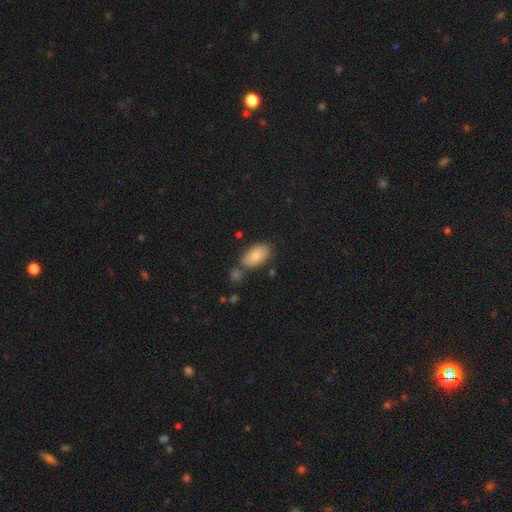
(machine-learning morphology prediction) smooth-or-featured: smooth: 77% | featured or disk: 16% | star or artifact: 7%
  how-rounded: in between: 94% | round: 5% | cigar-shaped: 2%
  merging: none: 68% | minor disturbance: 18% | merger: 10% | major disturbance: 4%